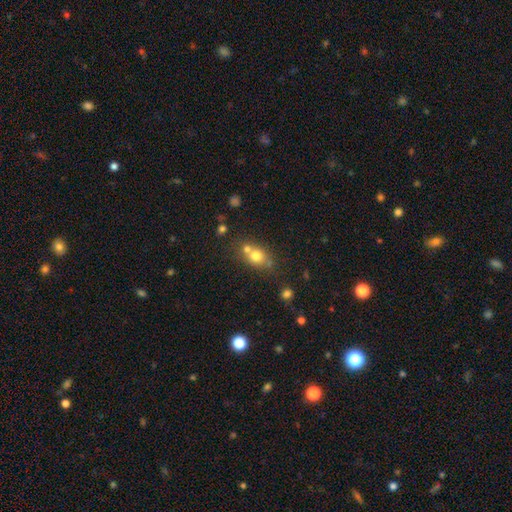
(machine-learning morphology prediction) Smooth or featured: smooth — 72% (featured or disk — 15%)
How rounded: round — 62% (in between — 37%)
Merging: none — 44% (merger — 41%)